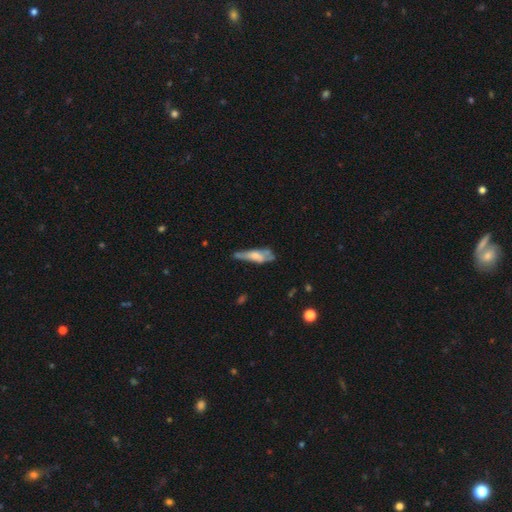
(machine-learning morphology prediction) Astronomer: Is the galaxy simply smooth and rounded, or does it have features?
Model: smooth — 52% (runner-up: featured or disk, 41%).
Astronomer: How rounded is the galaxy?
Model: cigar-shaped — 57% (runner-up: in between, 41%).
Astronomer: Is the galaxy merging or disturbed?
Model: none — 38% (runner-up: minor disturbance, 32%).